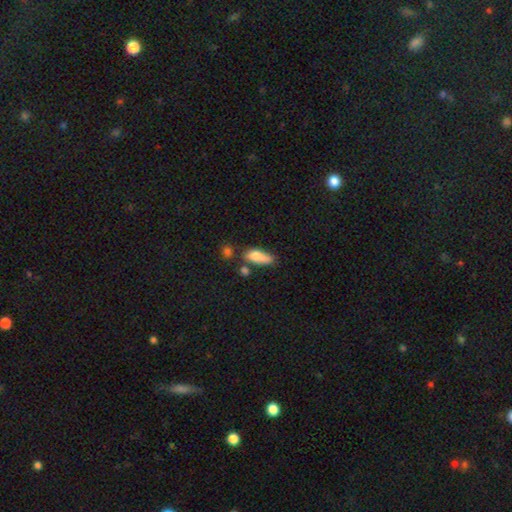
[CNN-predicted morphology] A smooth galaxy with no disk features (74%) that is in between round and cigar-shaped (73%).

Vote fractions:
- Smooth or featured? smooth: 74% / featured or disk: 17% / star or artifact: 8%
- How rounded? in between: 73% / cigar-shaped: 22% / round: 5%
- Merging? none: 34% / minor disturbance: 27% / merger: 24% / major disturbance: 15%